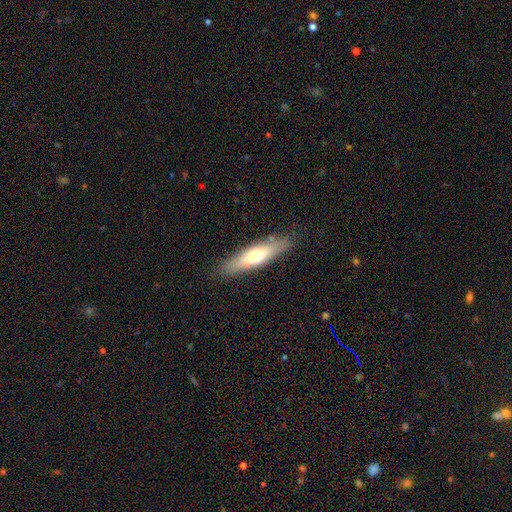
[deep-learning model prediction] A smooth galaxy with no disk features (59%) that is cigar-shaped (70%). Merging: none (83%).